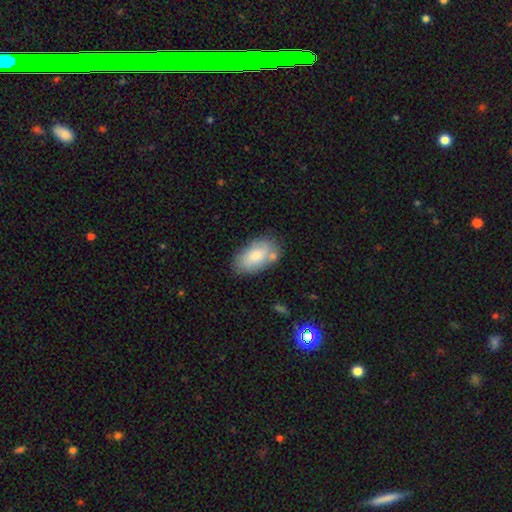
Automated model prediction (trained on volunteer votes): Smooth or featured: smooth — 77% (featured or disk — 16%)
How rounded: in between — 94% (round — 5%)
Merging: none — 66% (minor disturbance — 19%)